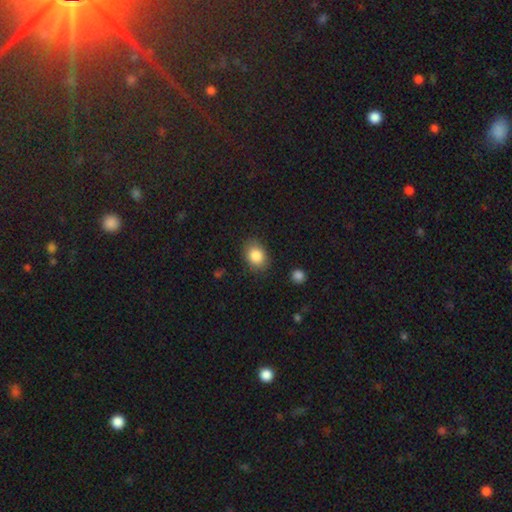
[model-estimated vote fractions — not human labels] Overall: smooth (86%). How rounded: in between (62%; round 37%). Merging: none (84%).